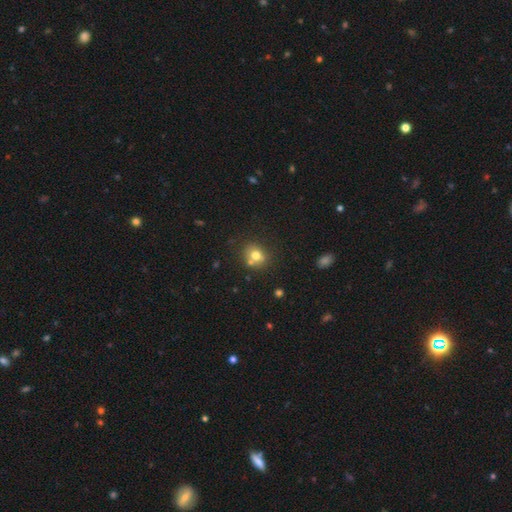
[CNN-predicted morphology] Smooth or featured? smooth (73%)
How rounded? round (71%)
Merging? none (62%)